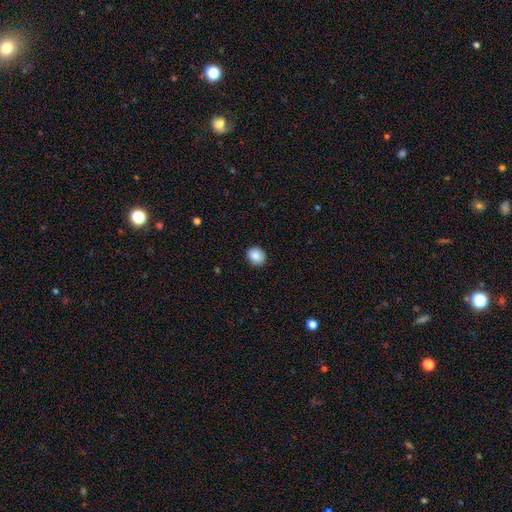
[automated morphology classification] This is clearly a smooth galaxy (87%). How rounded: likely round (68%). Merging: clearly none (89%).